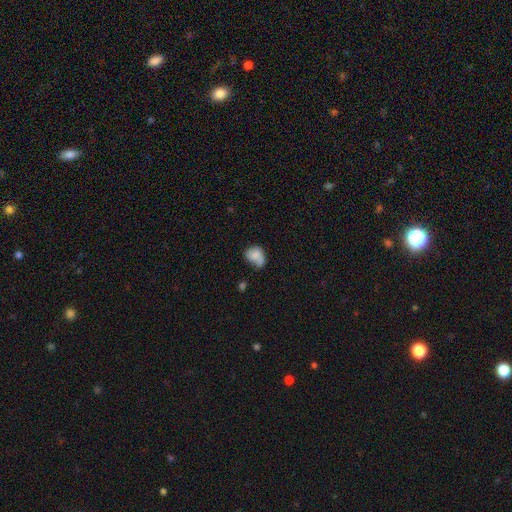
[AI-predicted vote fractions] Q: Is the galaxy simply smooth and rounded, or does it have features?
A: smooth — 65%.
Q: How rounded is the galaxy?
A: in between — 57%.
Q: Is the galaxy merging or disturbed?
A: none — 35%.